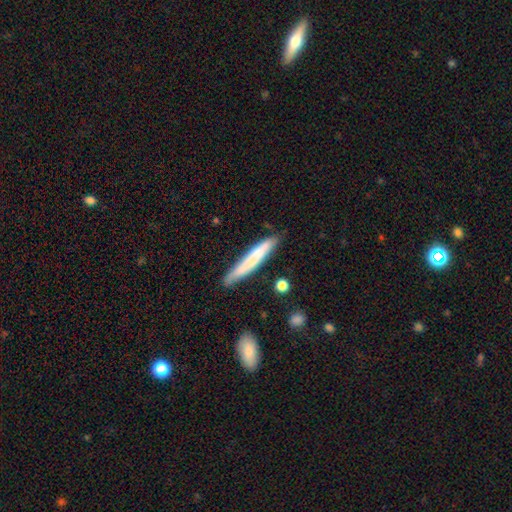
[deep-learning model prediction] smooth_or_featured: smooth (p=0.65) [alt: featured or disk p=0.29]
how_rounded: cigar-shaped (p=0.94) [alt: in between p=0.04]
merging: none (p=0.80) [alt: minor disturbance p=0.15]